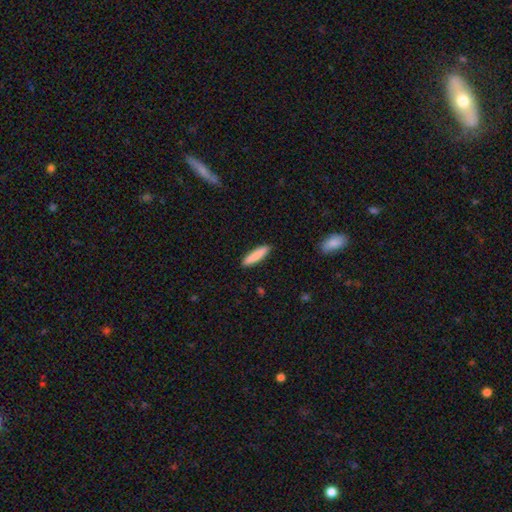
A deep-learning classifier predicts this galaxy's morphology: A smooth galaxy with no disk features (86%) that is cigar-shaped (81%).

Vote fractions:
- Smooth or featured? smooth: 86% / featured or disk: 8% / star or artifact: 6%
- How rounded? cigar-shaped: 81% / in between: 17% / round: 1%
- Merging? none: 91% / minor disturbance: 7% / major disturbance: 2% / merger: 1%